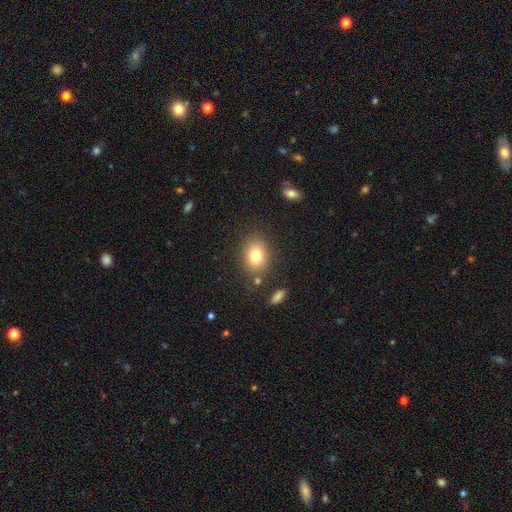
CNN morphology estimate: This appears to be a smooth galaxy with no disk features (79%) that is in between round and cigar-shaped (58%). Merging: none (80%).